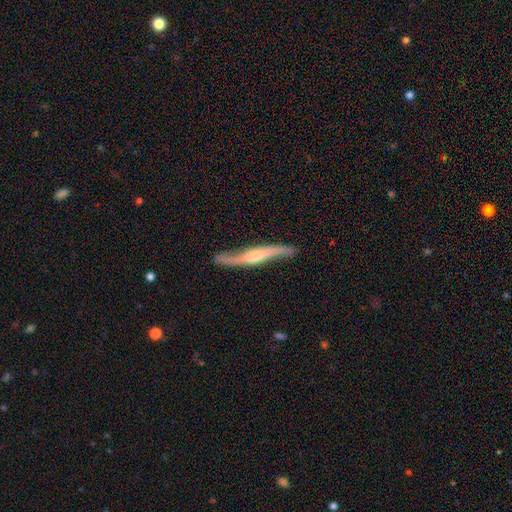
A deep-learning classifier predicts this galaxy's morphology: This appears to be a featured or disk galaxy (82%) viewed edge-on (53%). Merging: none (79%).